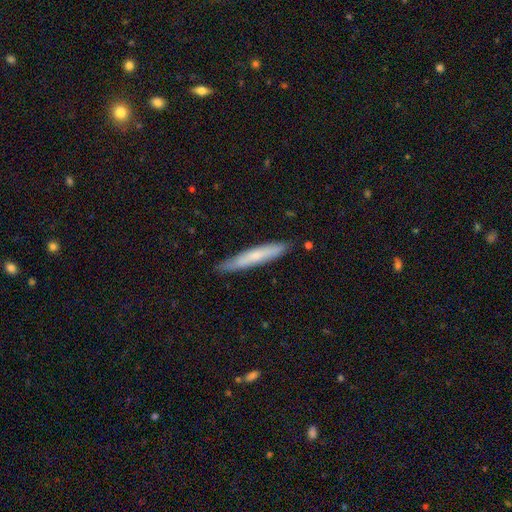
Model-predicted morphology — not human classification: type=smooth (62%); roundness=cigar-shaped (94%); merging=none (86%).